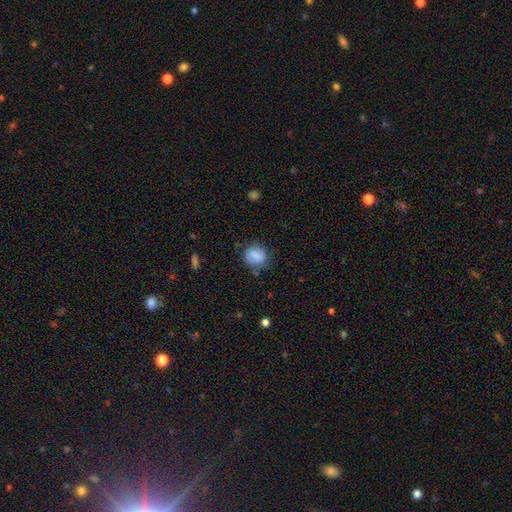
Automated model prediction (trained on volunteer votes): Smooth or featured? Predicted: smooth (p=0.81). How rounded? Predicted: round (p=0.61). Merging? Predicted: none (p=0.68).